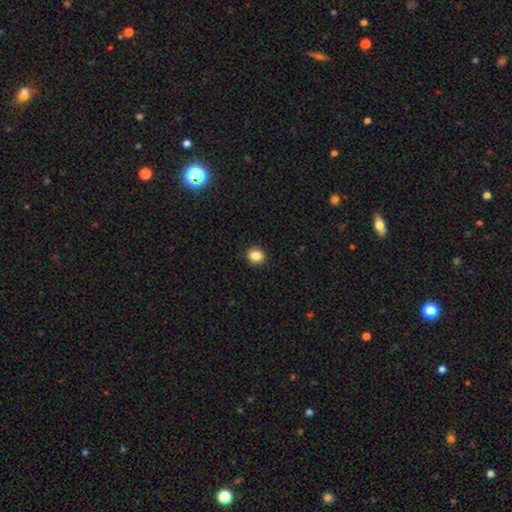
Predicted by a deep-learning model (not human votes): smooth 86%, star or artifact 10%, featured or disk 4%. Down the decision tree: how rounded — round (75%); merging — none (91%).